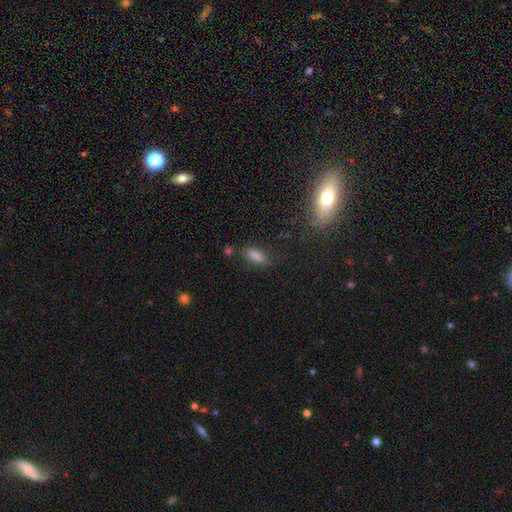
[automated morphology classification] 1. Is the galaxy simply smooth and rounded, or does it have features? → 73% smooth, 17% star or artifact, 11% featured or disk.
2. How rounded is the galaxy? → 77% in between, 17% cigar-shaped, 6% round.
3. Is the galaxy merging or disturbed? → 76% none, 15% minor disturbance, 5% major disturbance, 4% merger.